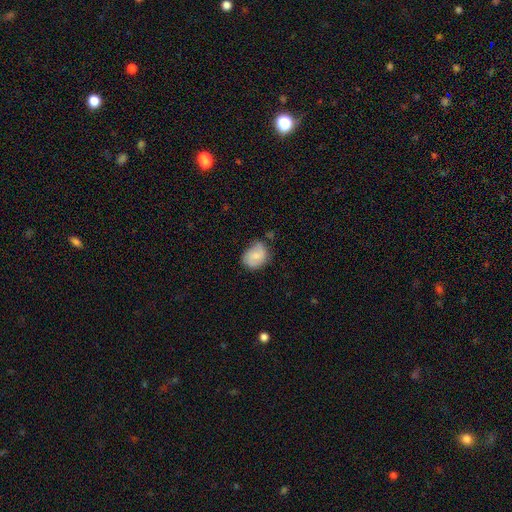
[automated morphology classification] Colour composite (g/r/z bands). It shows a smooth galaxy with no disk features (63%) that is in between round and cigar-shaped (56%). Merging: none (56%).